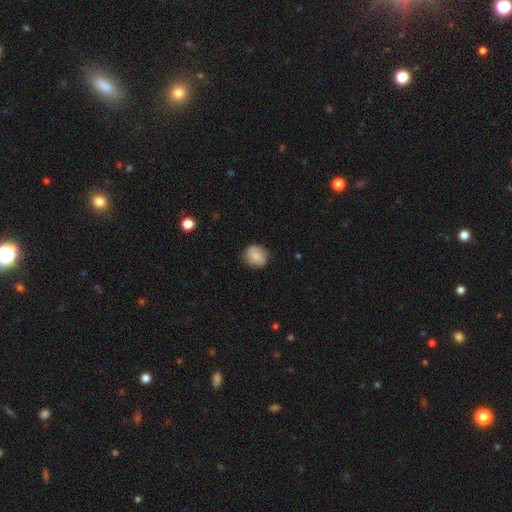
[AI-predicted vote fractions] A smooth galaxy with no disk features (77%) that is round (76%). Merging: none (82%).